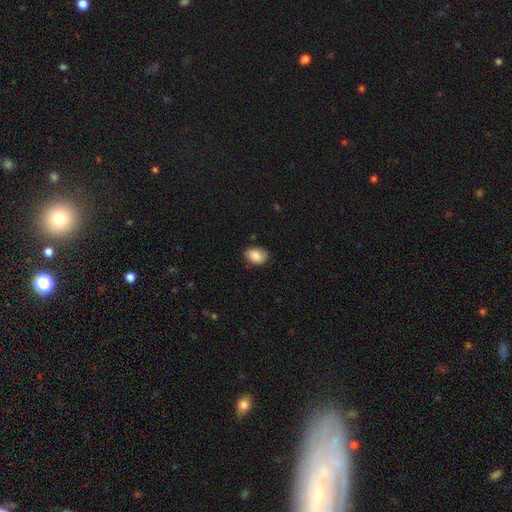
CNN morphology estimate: Smooth or featured?
  - smooth: 86% *
  - featured or disk: 7%
  - star or artifact: 7%
How rounded?
  - in between: 79% *
  - round: 20%
  - cigar-shaped: 1%
Merging?
  - none: 80% *
  - minor disturbance: 16%
  - major disturbance: 3%
  - merger: 1%